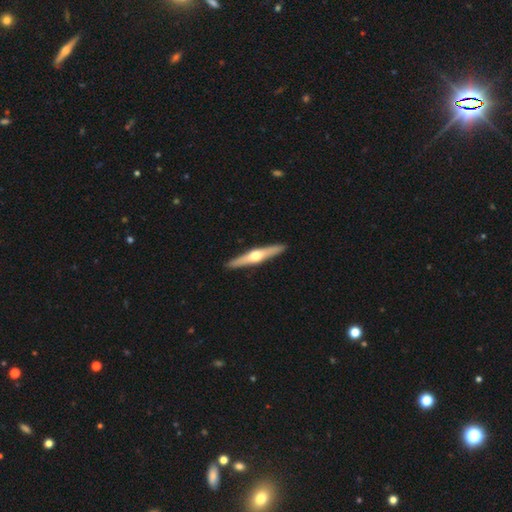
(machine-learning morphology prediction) This appears to be a featured or disk galaxy (68%) viewed edge-on (97%) with a rounded central bulge (95%). Merging: none (92%).